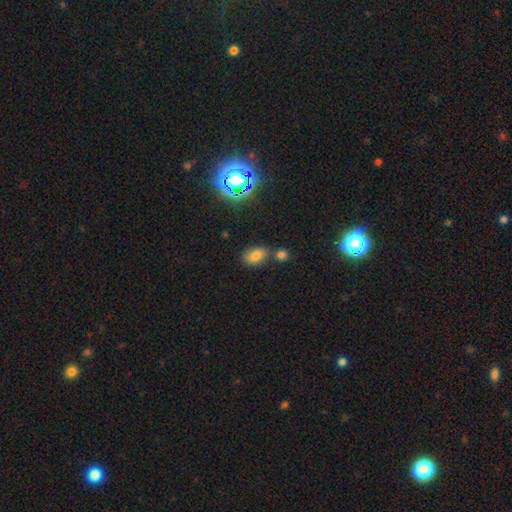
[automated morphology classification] A smooth galaxy with no disk features (72%) that is in between round and cigar-shaped (85%).

Vote fractions:
- Smooth or featured? smooth: 72% / star or artifact: 19% / featured or disk: 9%
- How rounded? in between: 85% / round: 13% / cigar-shaped: 2%
- Merging? none: 61% / merger: 21% / minor disturbance: 14% / major disturbance: 4%